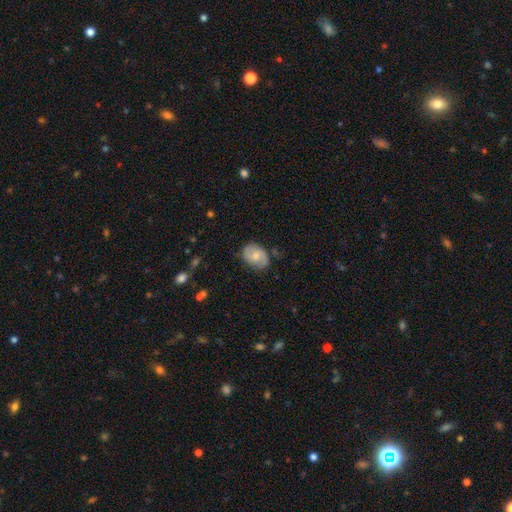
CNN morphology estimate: Overall: featured or disk (57%; smooth 36%). Edge-on disk: no (97%). Bar: no (58%; weak 37%). Spiral arms: yes (88%). Bulge size: moderate (56%; small 34%). Merging: none (77%).